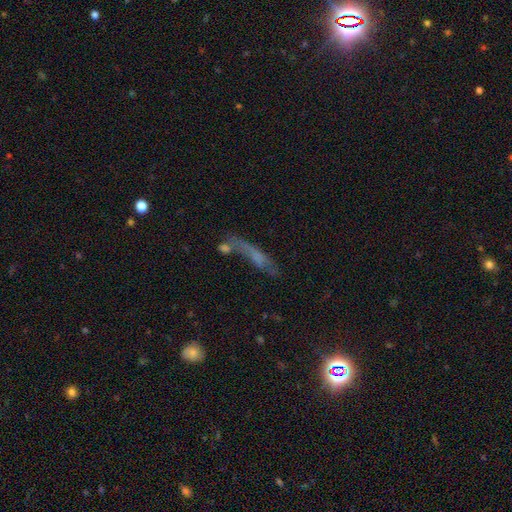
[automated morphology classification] Smooth or featured?
  - smooth: 43% *
  - featured or disk: 39%
  - star or artifact: 18%
Merging?
  - none: 39% *
  - major disturbance: 22%
  - minor disturbance: 20%
  - merger: 20%